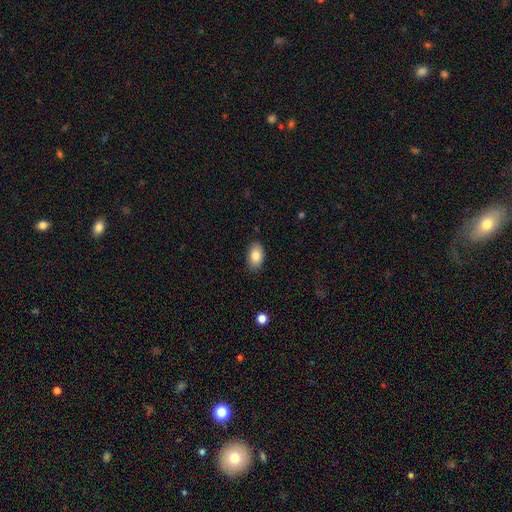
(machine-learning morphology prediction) smooth-or-featured: smooth: 84% | featured or disk: 9% | star or artifact: 7%
  how-rounded: in between: 92% | round: 6% | cigar-shaped: 1%
  merging: none: 87% | minor disturbance: 10% | major disturbance: 2% | merger: 1%